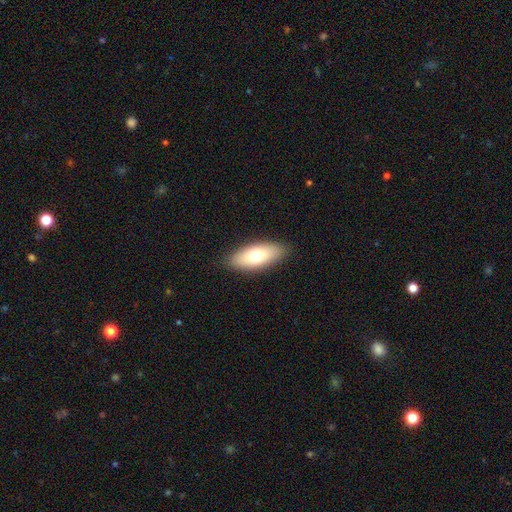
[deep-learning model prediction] smooth 69%, featured or disk 24%, star or artifact 7%. Down the decision tree: how rounded — in between (82%); merging — none (88%).